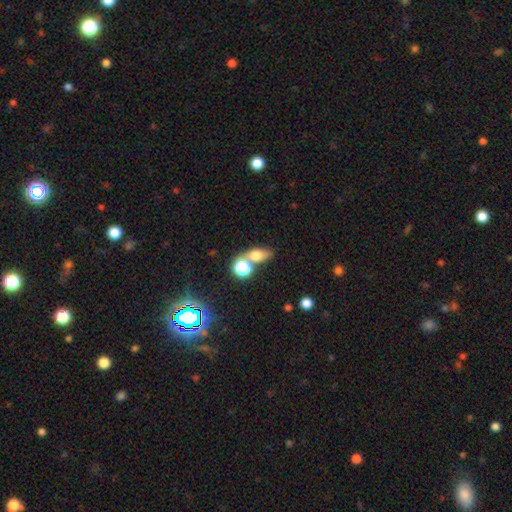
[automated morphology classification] smooth-or-featured: smooth: 63% | star or artifact: 20% | featured or disk: 17%
  how-rounded: in between: 63% | round: 28% | cigar-shaped: 8%
  merging: none: 51% | merger: 31% | minor disturbance: 12% | major disturbance: 6%